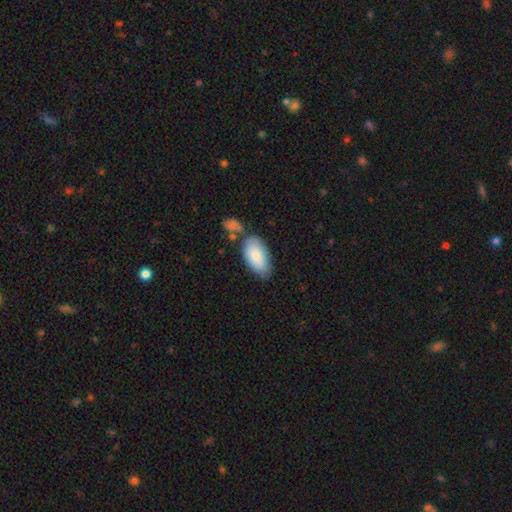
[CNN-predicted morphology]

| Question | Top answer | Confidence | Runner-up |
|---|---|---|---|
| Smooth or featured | smooth | 84% | featured or disk (11%) |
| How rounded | in between | 95% | round (2%) |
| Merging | none | 62% | minor disturbance (18%) |